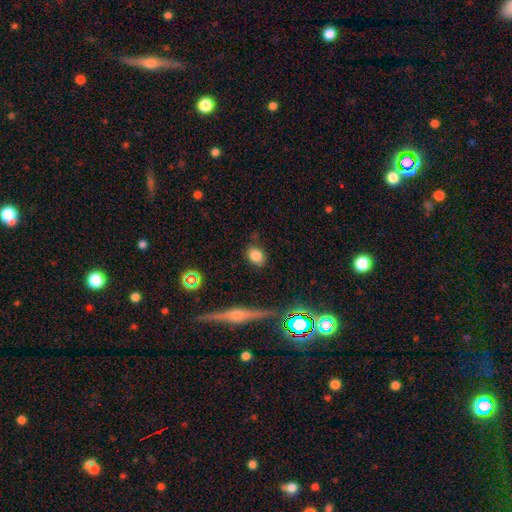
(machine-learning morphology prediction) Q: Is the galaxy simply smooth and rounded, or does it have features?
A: smooth — 80%.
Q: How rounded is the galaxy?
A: in between — 57%.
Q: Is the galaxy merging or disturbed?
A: none — 78%.